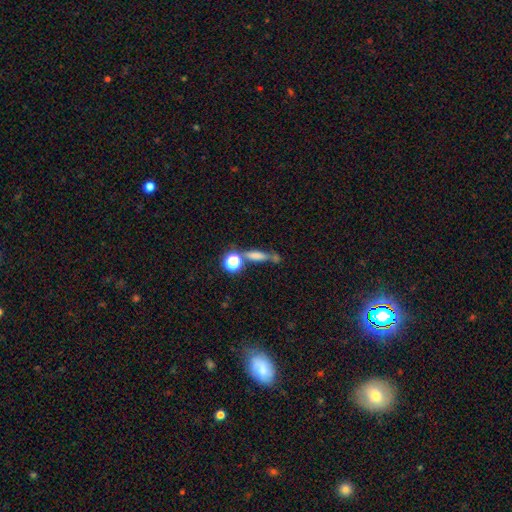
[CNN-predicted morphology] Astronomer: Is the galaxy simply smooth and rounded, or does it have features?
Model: smooth — 65%.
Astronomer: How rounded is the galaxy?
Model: cigar-shaped — 58%.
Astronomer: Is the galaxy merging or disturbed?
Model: none — 53%.